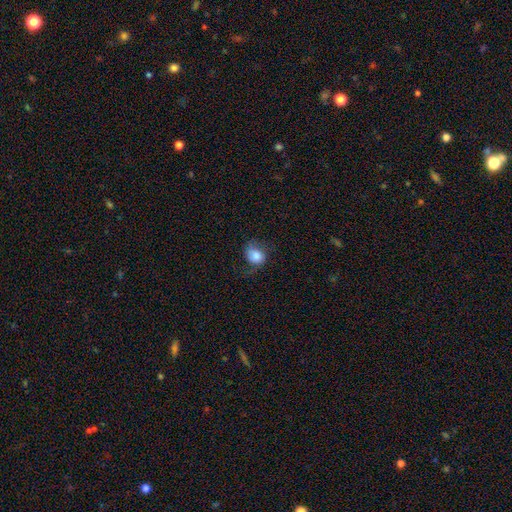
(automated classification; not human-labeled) Smooth or featured: smooth — 69% (featured or disk — 22%)
How rounded: round — 55% (in between — 44%)
Merging: none — 52% (minor disturbance — 26%)